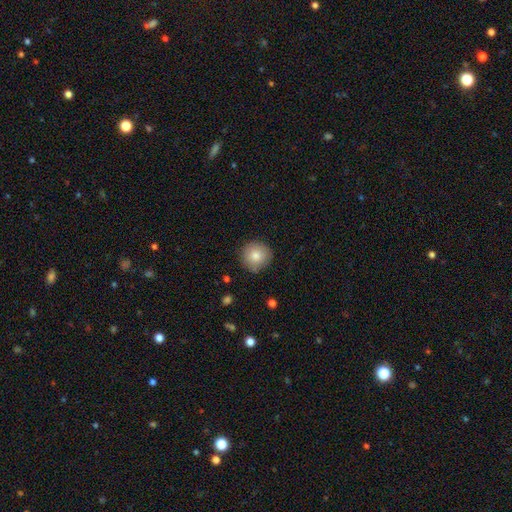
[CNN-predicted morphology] Smooth or featured?
  - smooth: 82% *
  - featured or disk: 9%
  - star or artifact: 8%
How rounded?
  - round: 94% *
  - in between: 5%
  - cigar-shaped: 1%
Merging?
  - none: 85% *
  - minor disturbance: 12%
  - major disturbance: 2%
  - merger: 1%